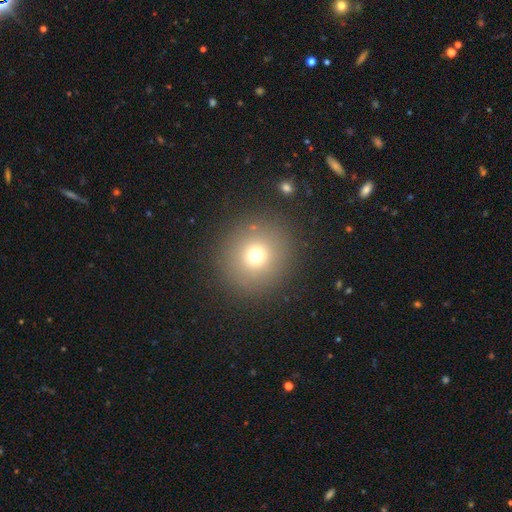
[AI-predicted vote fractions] A smooth galaxy with no disk features (71%) that is round (94%).

Vote fractions:
- Smooth or featured? smooth: 71% / star or artifact: 17% / featured or disk: 12%
- How rounded? round: 94% / in between: 5% / cigar-shaped: 1%
- Merging? none: 88% / minor disturbance: 6% / major disturbance: 4% / merger: 2%